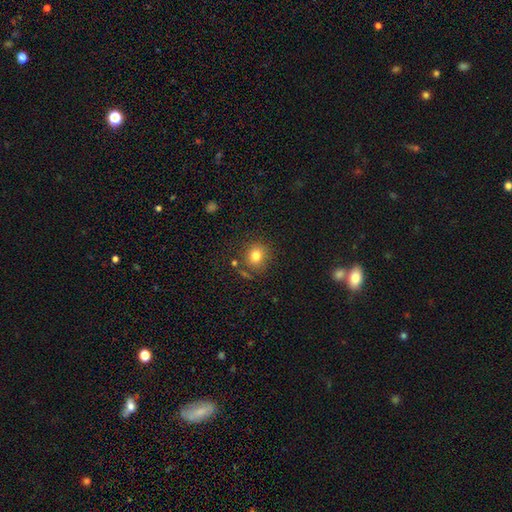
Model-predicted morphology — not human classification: This appears to be a smooth galaxy with no disk features (79%) that is round (82%). Merging: none (79%).